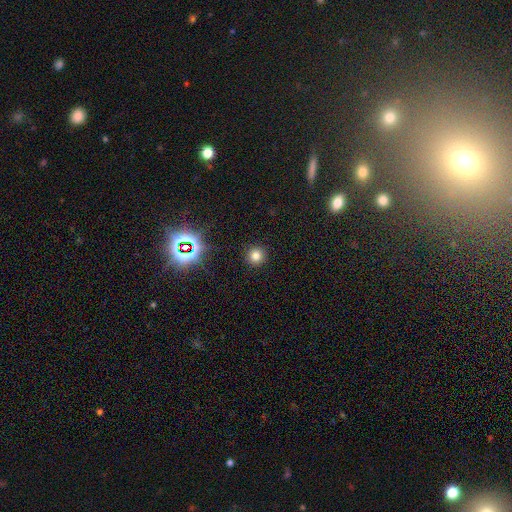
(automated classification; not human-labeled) A smooth galaxy with no disk features (74%) that is round (94%). Merging: none (91%).